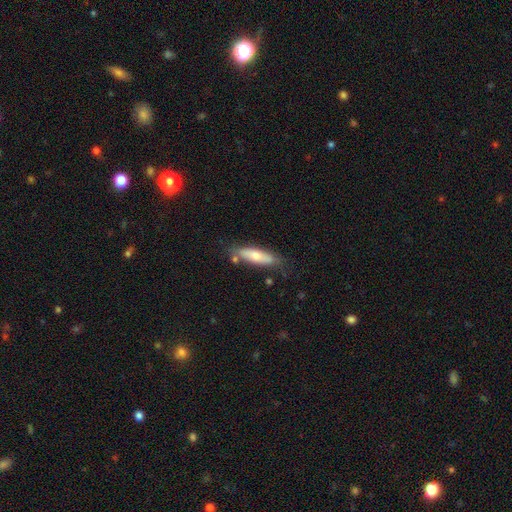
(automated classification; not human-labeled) This appears to be a smooth galaxy with no disk features (65%) that is cigar-shaped (59%). Merging: none (71%).